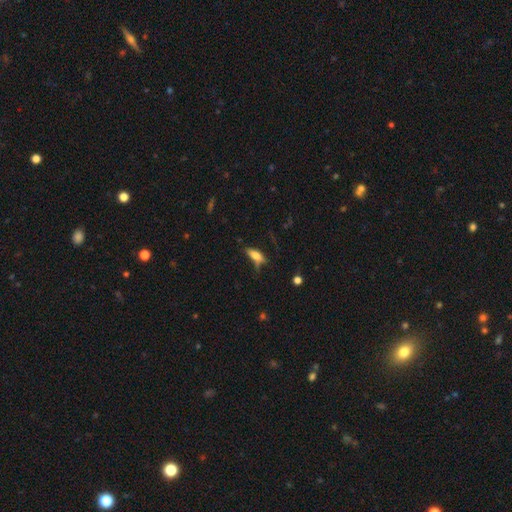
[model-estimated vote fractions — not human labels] The model was most divided on "merging": none: 52%, minor disturbance: 28%, major disturbance: 15%, merger: 5%. More confident: smooth or featured — smooth (69%); how rounded — in between (67%).